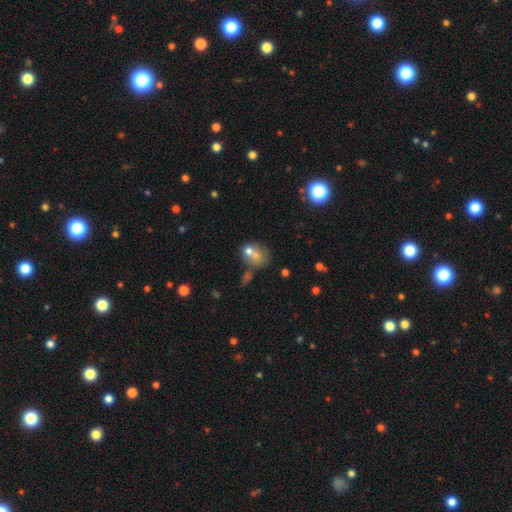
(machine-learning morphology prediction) A smooth galaxy with no disk features (61%) that is round (54%).

Vote fractions:
- Smooth or featured? smooth: 61% / featured or disk: 25% / star or artifact: 14%
- How rounded? round: 54% / in between: 45% / cigar-shaped: 1%
- Merging? merger: 55% / none: 29% / minor disturbance: 10% / major disturbance: 6%